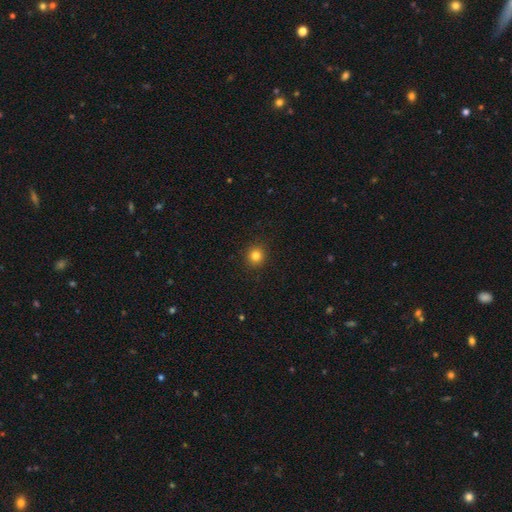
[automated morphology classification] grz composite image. It shows a smooth galaxy with no disk features (82%) that is round (93%). Merging: none (92%).